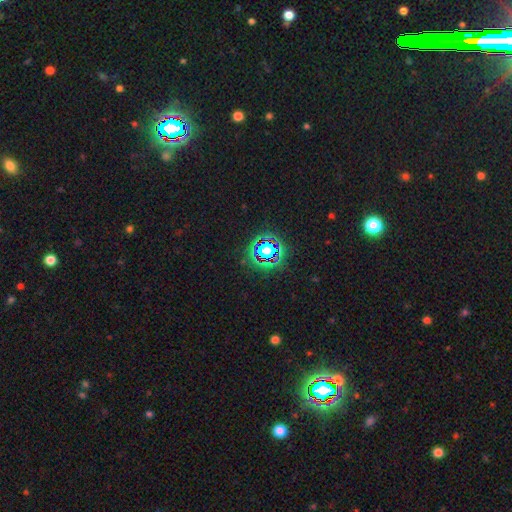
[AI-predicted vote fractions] smooth-or-featured: star or artifact: 79% | smooth: 13% | featured or disk: 8%